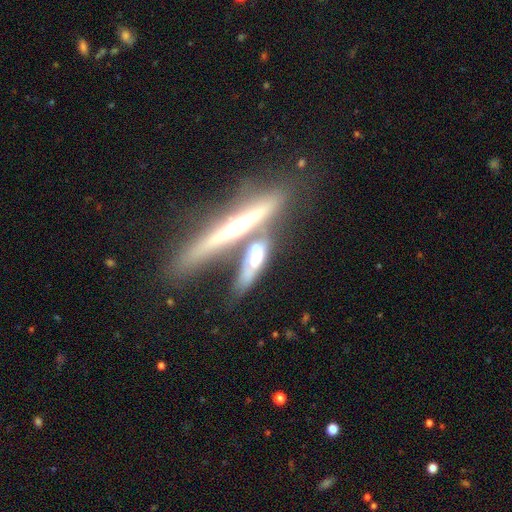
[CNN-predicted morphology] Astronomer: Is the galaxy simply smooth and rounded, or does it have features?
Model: featured or disk — 64%.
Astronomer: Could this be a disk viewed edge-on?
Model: yes — 83%.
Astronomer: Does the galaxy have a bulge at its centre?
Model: rounded — 69%.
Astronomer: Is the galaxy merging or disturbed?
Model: none — 41%, tied with merger at 41%.